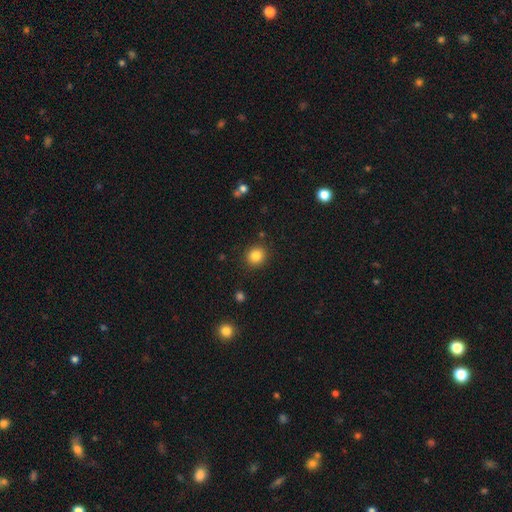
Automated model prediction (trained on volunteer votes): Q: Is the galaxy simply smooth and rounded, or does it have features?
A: smooth — 84%.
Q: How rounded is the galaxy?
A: round — 87%.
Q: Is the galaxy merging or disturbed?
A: none — 89%.